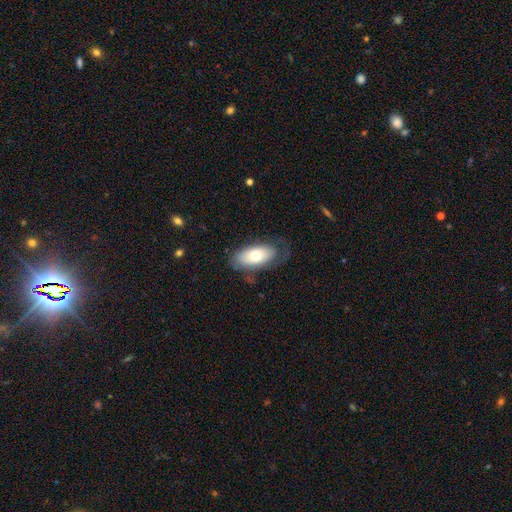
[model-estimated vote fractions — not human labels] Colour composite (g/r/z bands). It shows a smooth galaxy with no disk features (63%) that is in between round and cigar-shaped (92%). Merging: none (60%).